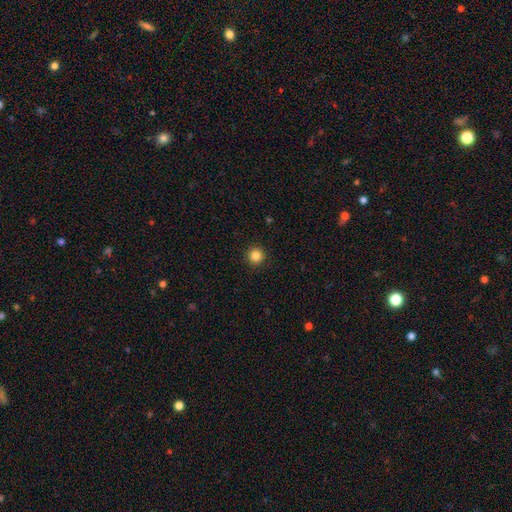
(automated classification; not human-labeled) smooth 85%, star or artifact 11%, featured or disk 4%. Down the decision tree: how rounded — round (96%); merging — none (93%).